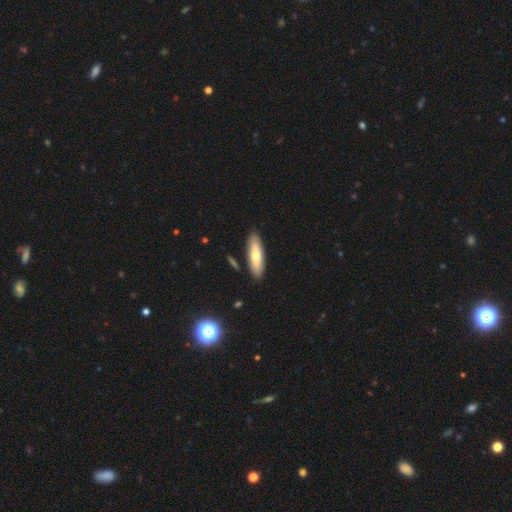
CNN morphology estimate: The model was most divided on "how rounded": cigar-shaped: 53%, in between: 45%, round: 2%. More confident: merging — none (87%); smooth or featured — smooth (67%).